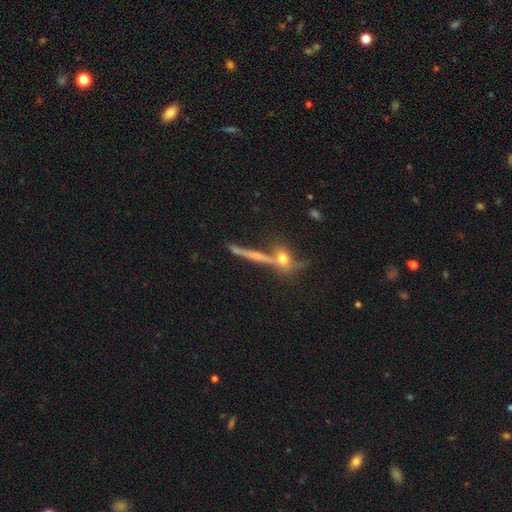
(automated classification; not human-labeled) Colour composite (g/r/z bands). It shows a featured or disk galaxy (57%) viewed edge-on (90%) with no central bulge (48%). Merging: none (63%).